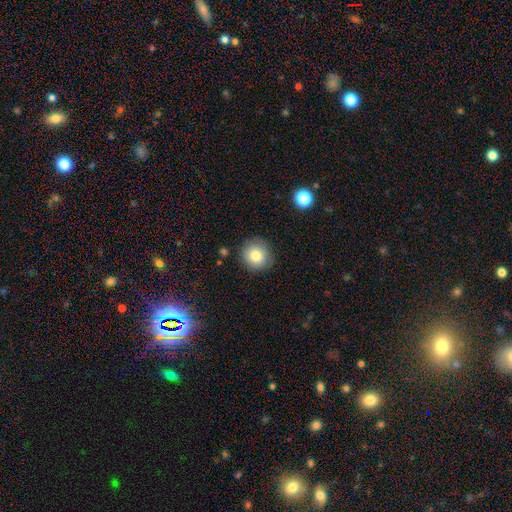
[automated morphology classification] Smooth or featured? smooth (80%)
How rounded? round (92%)
Merging? none (87%)